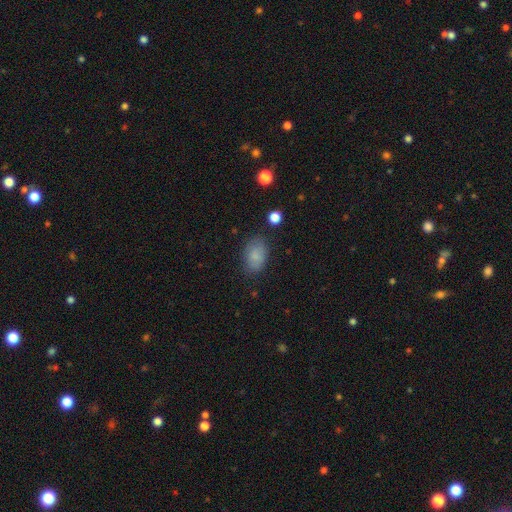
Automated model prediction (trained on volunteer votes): Smooth or featured?
  - smooth: 83% *
  - star or artifact: 9%
  - featured or disk: 9%
How rounded?
  - in between: 87% *
  - round: 12%
  - cigar-shaped: 1%
Merging?
  - none: 76% *
  - minor disturbance: 17%
  - major disturbance: 5%
  - merger: 2%